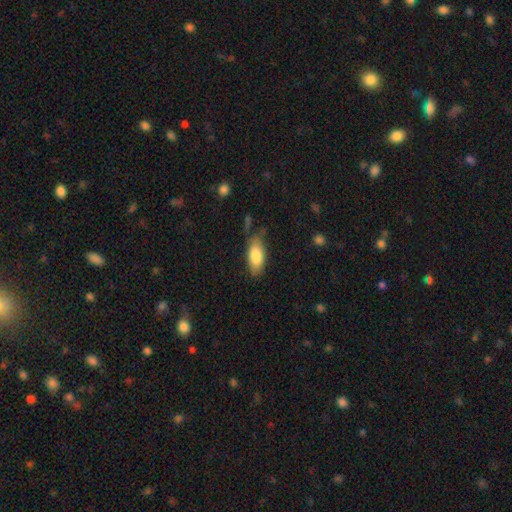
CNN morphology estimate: Overall: smooth (83%). How rounded: in between (86%). Merging: none (70%).